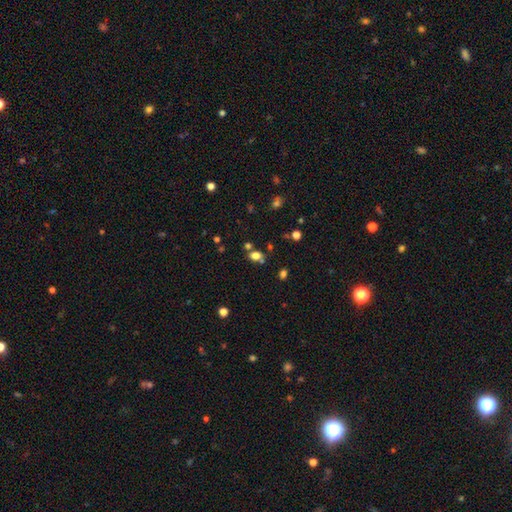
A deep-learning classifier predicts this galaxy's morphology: smooth_or_featured: smooth (p=0.72) [alt: star or artifact p=0.20]
how_rounded: in between (p=0.61) [alt: round p=0.37]
merging: none (p=0.65) [alt: merger p=0.18]